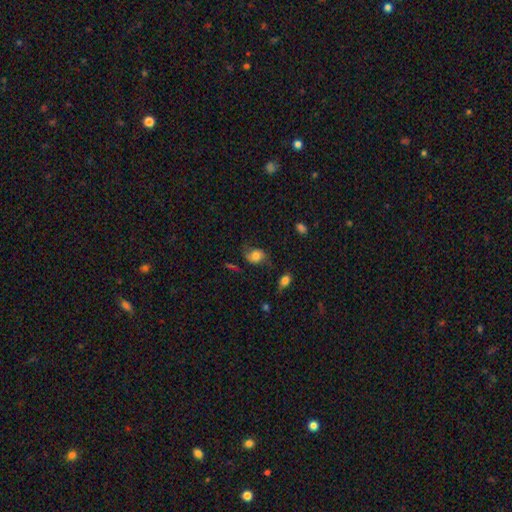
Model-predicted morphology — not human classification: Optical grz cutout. It shows a smooth galaxy with no disk features (58%) that is in between round and cigar-shaped (53%). Merging: none (54%).